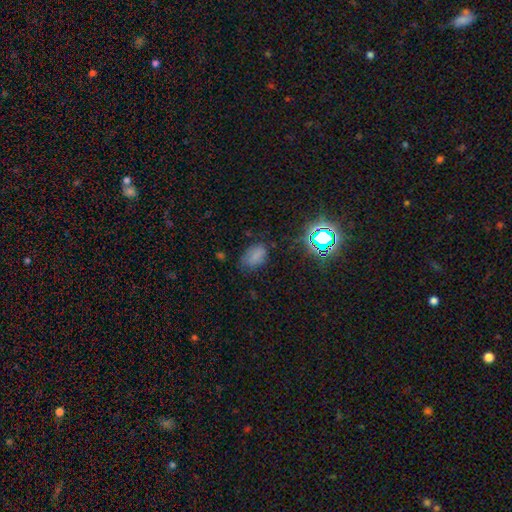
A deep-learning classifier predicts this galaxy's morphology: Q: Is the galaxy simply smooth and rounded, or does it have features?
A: smooth — 66%.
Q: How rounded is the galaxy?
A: in between — 86%.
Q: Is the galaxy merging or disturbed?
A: none — 64%.